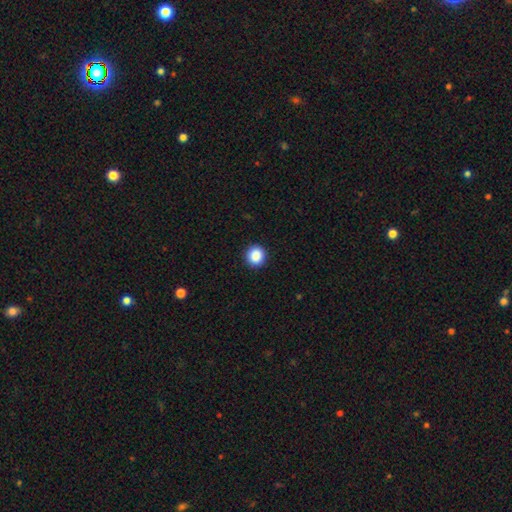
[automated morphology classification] A smooth galaxy with no disk features (88%) that is round (93%).

Vote fractions:
- Smooth or featured? smooth: 88% / star or artifact: 9% / featured or disk: 3%
- How rounded? round: 93% / in between: 6% / cigar-shaped: 1%
- Merging? none: 93% / minor disturbance: 5% / major disturbance: 2% / merger: 1%